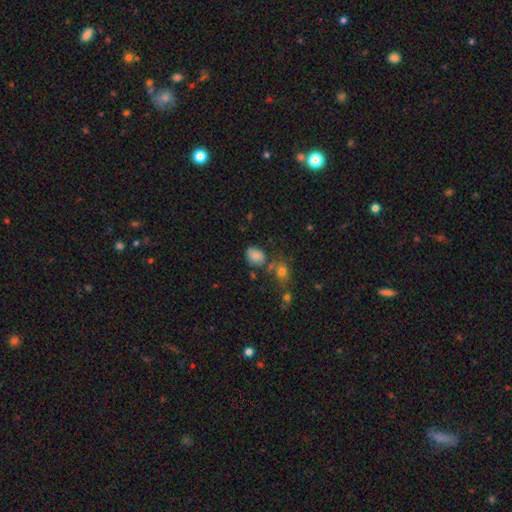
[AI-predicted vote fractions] Overall: smooth (80%). How rounded: in between (68%; round 31%). Merging: none (55%; minor disturbance 24%).